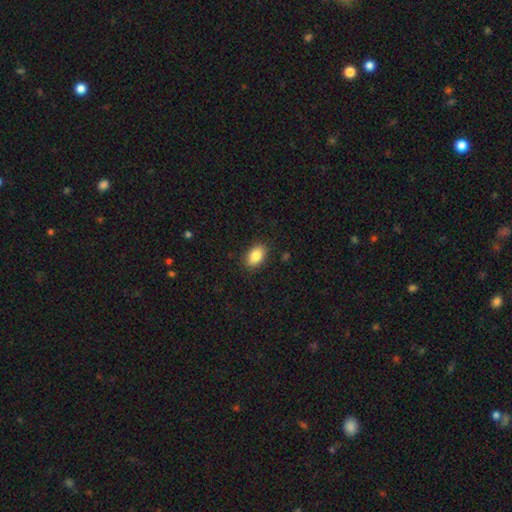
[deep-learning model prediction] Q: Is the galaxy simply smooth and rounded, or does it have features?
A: smooth — 86%.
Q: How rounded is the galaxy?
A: in between — 87%.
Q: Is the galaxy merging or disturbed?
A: none — 87%.